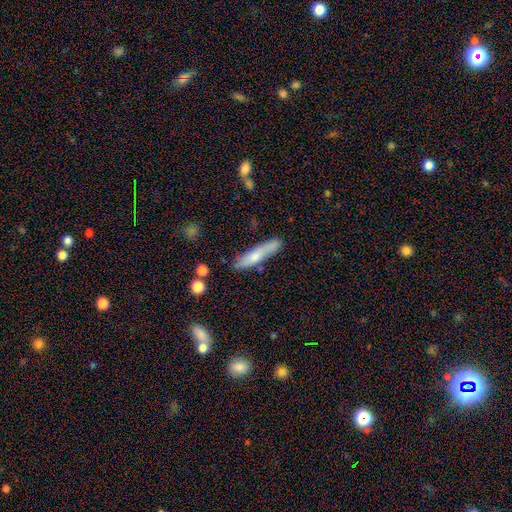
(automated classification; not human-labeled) A smooth galaxy with no disk features (64%) that is cigar-shaped (88%).

Vote fractions:
- Smooth or featured? smooth: 64% / featured or disk: 30% / star or artifact: 6%
- How rounded? cigar-shaped: 88% / in between: 10% / round: 2%
- Merging? none: 79% / minor disturbance: 14% / merger: 4% / major disturbance: 3%